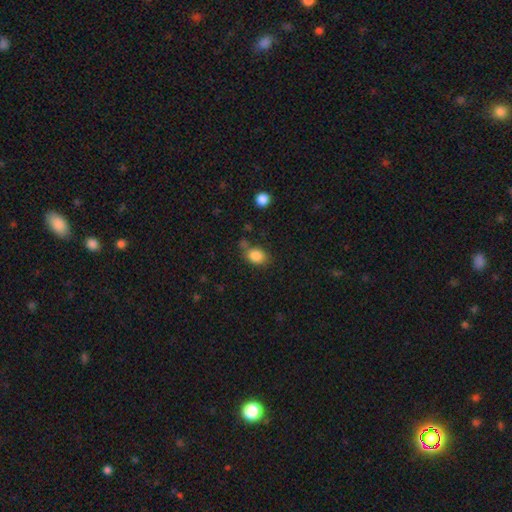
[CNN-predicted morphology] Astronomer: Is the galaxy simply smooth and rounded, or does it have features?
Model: smooth — 85%.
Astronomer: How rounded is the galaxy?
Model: in between — 63%.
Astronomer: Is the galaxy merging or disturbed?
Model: none — 66%.